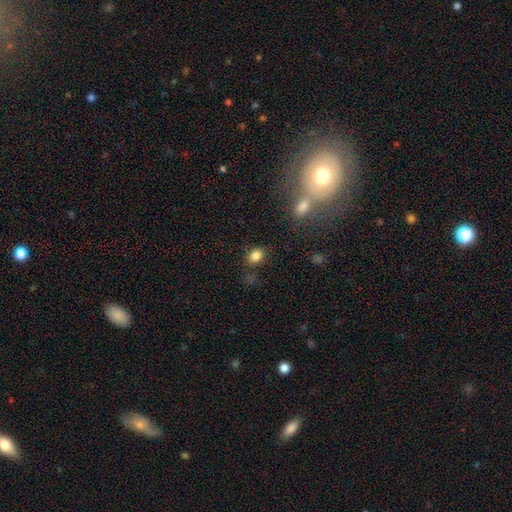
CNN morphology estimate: Smooth or featured? smooth (83%)
How rounded? in between (50%)
Merging? none (78%)